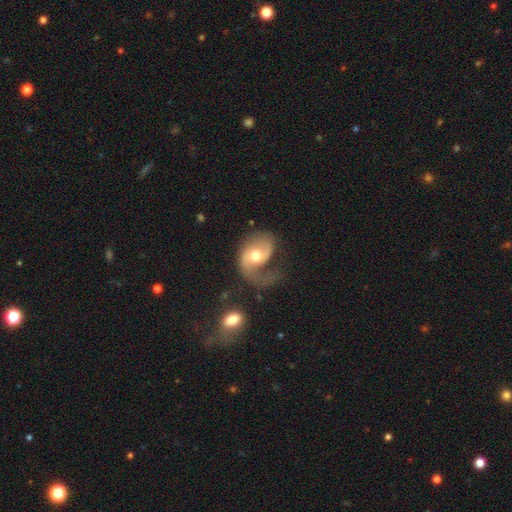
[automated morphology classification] Smooth or featured: featured or disk — 80% (smooth — 15%)
Edge-on disk: no — 97% (yes — 3%)
Bar: no — 57% (weak — 33%)
Spiral arms: yes — 93% (no — 7%)
Spiral winding: loose — 47% (medium — 40%)
Spiral arm count: 2 — 54% (1 — 40%)
Bulge size: moderate — 74% (small — 15%)
Merging: none — 37% (tied with major disturbance — 37%)